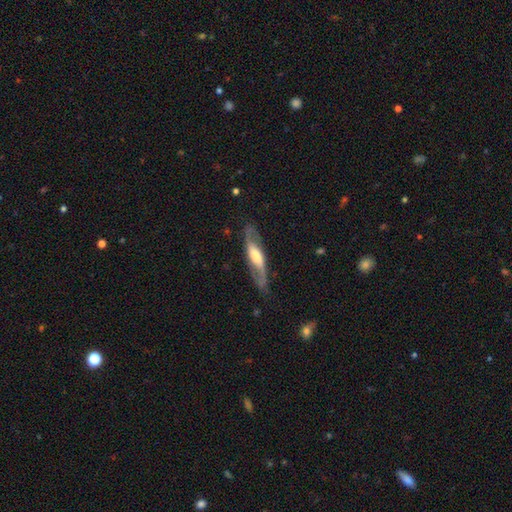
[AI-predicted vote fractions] smooth_or_featured: featured or disk (p=0.79) [alt: smooth p=0.16]
disk_edge_on: no (p=0.72) [alt: yes p=0.28]
bar: weak (p=0.38) [alt: no p=0.35]
has_spiral_arms: yes (p=0.91) [alt: no p=0.09]
spiral_winding: loose (p=0.43) [tied with: medium p=0.43]
spiral_arm_count: 2 (p=0.89) [alt: can't tell p=0.06]
bulge_size: moderate (p=0.49) [alt: large p=0.30]
merging: none (p=0.77) [alt: minor disturbance p=0.16]